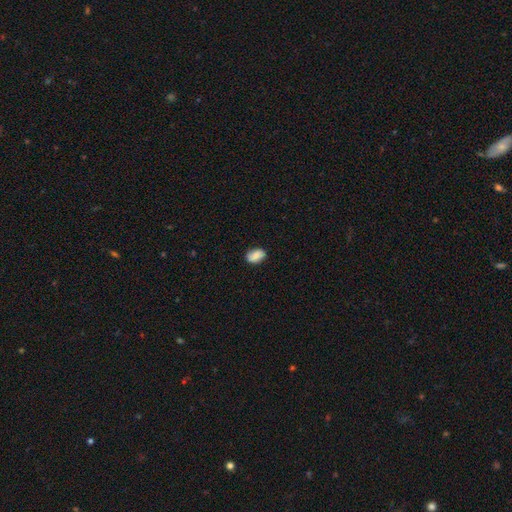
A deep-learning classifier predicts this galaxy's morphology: Smooth or featured: smooth — 78% (featured or disk — 14%)
How rounded: in between — 87% (round — 12%)
Merging: none — 82% (minor disturbance — 15%)